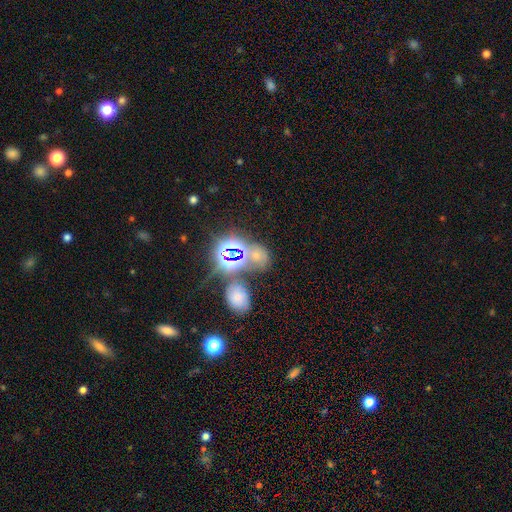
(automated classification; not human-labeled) A star or artifact, not a galaxy (52%).

Vote fractions:
- Smooth or featured? star or artifact: 52% / smooth: 33% / featured or disk: 15%